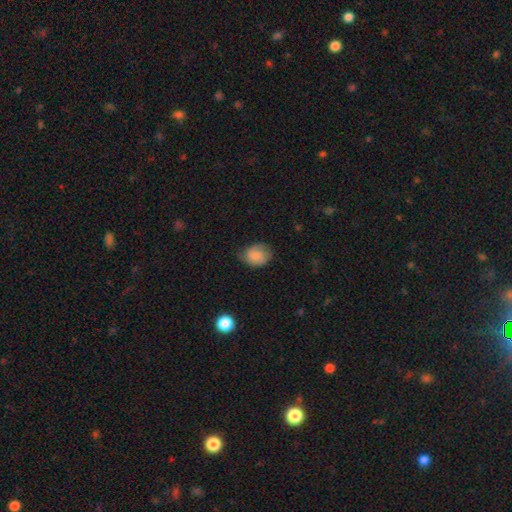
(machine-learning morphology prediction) A smooth galaxy with no disk features (73%) that is in between round and cigar-shaped (55%).

Vote fractions:
- Smooth or featured? smooth: 73% / featured or disk: 19% / star or artifact: 8%
- How rounded? in between: 55% / round: 44% / cigar-shaped: 1%
- Merging? none: 51% / minor disturbance: 37% / major disturbance: 11% / merger: 1%